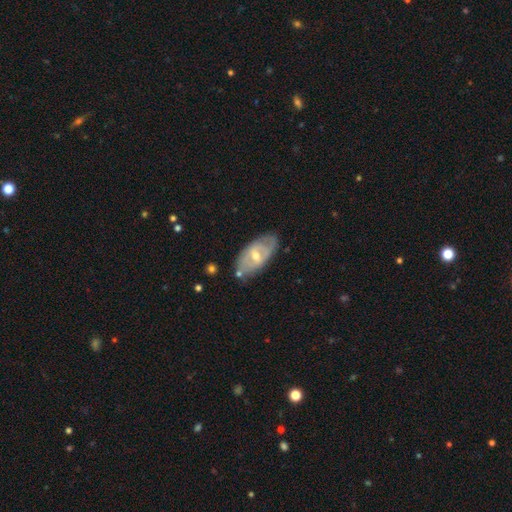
smooth_or_featured: featured or disk (p=0.78) [alt: smooth p=0.19]
disk_edge_on: no (p=0.83) [alt: yes p=0.17]
bar: no (p=0.58) [alt: weak p=0.25]
has_spiral_arms: no (p=0.54) [alt: yes p=0.46]
bulge_size: moderate (p=0.71) [alt: small p=0.29]
merging: none (p=0.67) [alt: minor disturbance p=0.22]